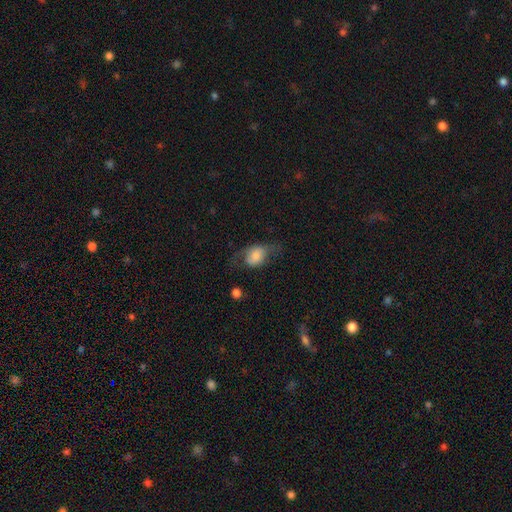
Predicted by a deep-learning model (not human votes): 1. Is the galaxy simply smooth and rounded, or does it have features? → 64% smooth, 28% featured or disk, 8% star or artifact.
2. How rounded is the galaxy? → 72% in between, 26% round, 2% cigar-shaped.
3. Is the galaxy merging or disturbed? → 41% none, 29% minor disturbance, 27% major disturbance, 3% merger.